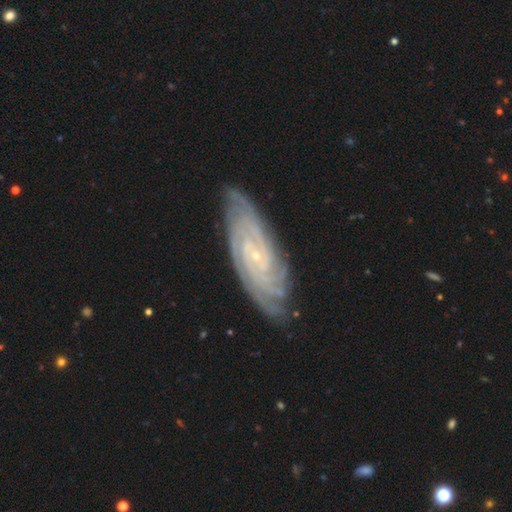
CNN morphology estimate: Overall: featured or disk (87%). Edge-on disk: no (92%). Bar: no (65%; weak 27%). Spiral arms: yes (98%). Spiral arm count: can't tell (28%; 4 23%). Spiral winding: tight (77%). Bulge size: small (86%). Merging: none (79%).